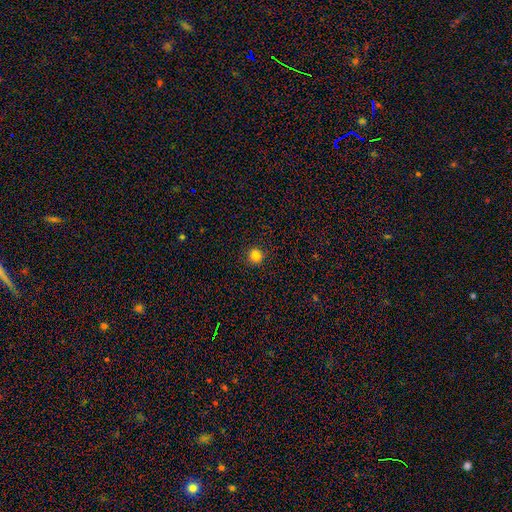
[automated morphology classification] This appears to be a smooth galaxy with no disk features (81%) that is round (94%). Merging: none (89%).